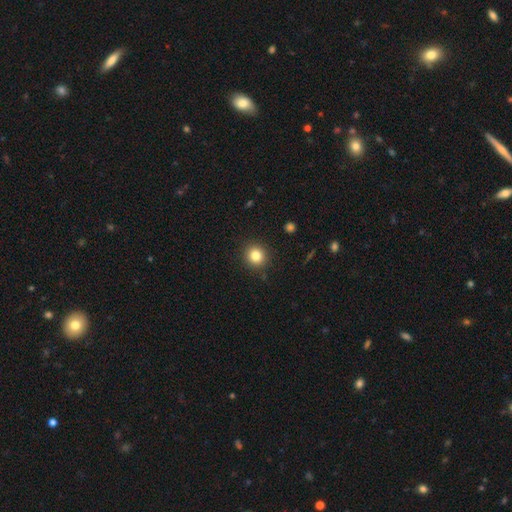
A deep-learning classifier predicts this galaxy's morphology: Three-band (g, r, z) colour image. It shows a smooth galaxy with no disk features (82%) that is round (90%). Merging: none (90%).